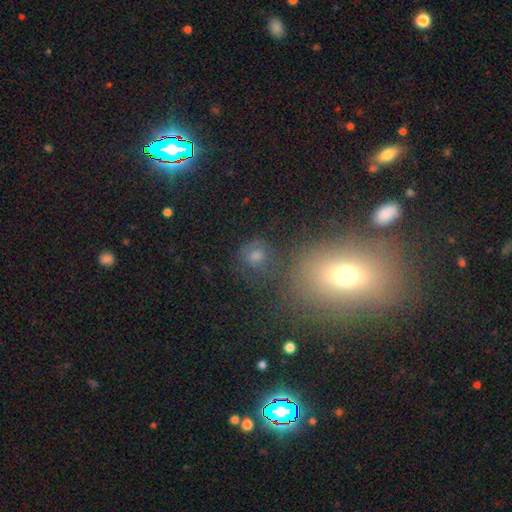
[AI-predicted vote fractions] Morphology: type=smooth (56%); roundness=round (78%); merging=none (64%).